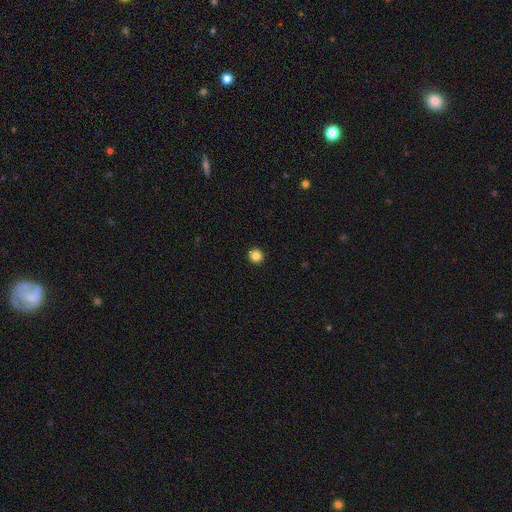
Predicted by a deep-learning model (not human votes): Smooth or featured? Predicted: smooth (p=0.85). How rounded? Predicted: round (p=0.93). Merging? Predicted: none (p=0.94).